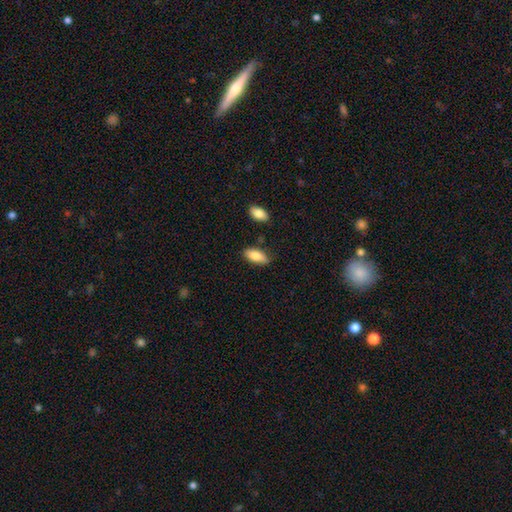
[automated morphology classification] smooth-or-featured: smooth: 86% | featured or disk: 8% | star or artifact: 6%
  how-rounded: in between: 84% | cigar-shaped: 13% | round: 2%
  merging: none: 78% | minor disturbance: 16% | merger: 3% | major disturbance: 3%